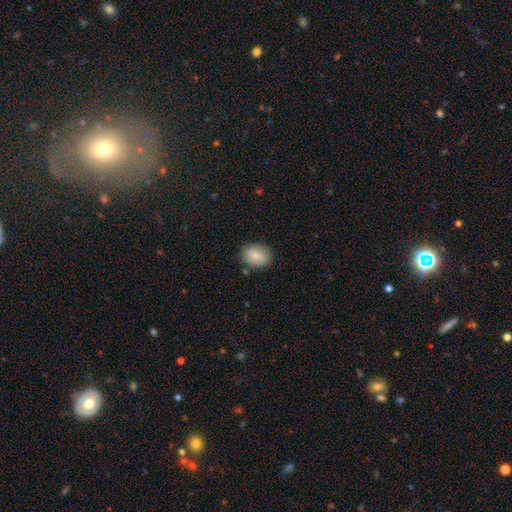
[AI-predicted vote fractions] A smooth galaxy with no disk features (86%) that is in between round and cigar-shaped (70%). Merging: none (81%).